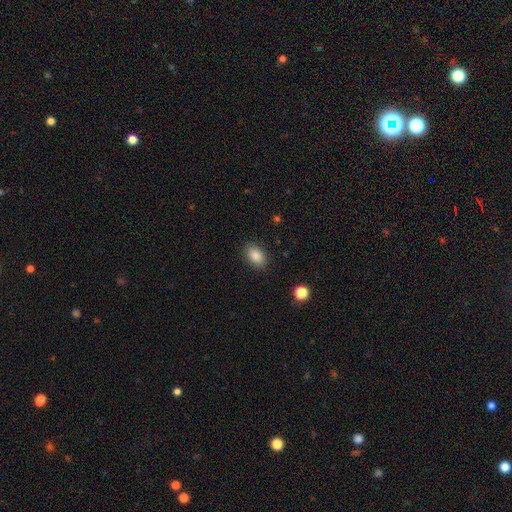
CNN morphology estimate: This is clearly a smooth galaxy (87%). How rounded: clearly in between (89%). Merging: clearly none (87%).